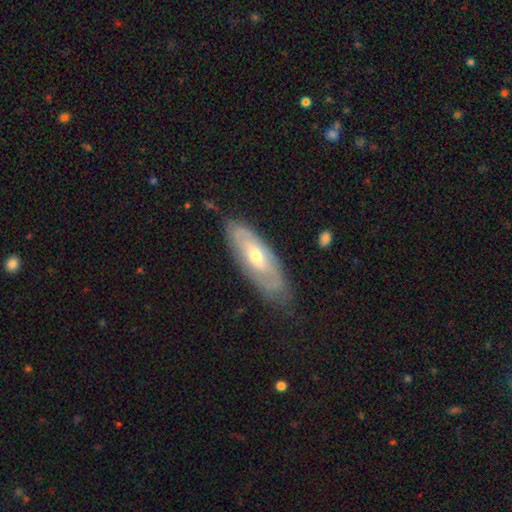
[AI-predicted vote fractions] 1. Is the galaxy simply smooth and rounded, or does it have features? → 60% featured or disk, 34% smooth, 6% star or artifact.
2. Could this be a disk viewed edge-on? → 77% no, 23% yes.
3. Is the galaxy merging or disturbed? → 73% none, 21% minor disturbance, 5% major disturbance, 1% merger.